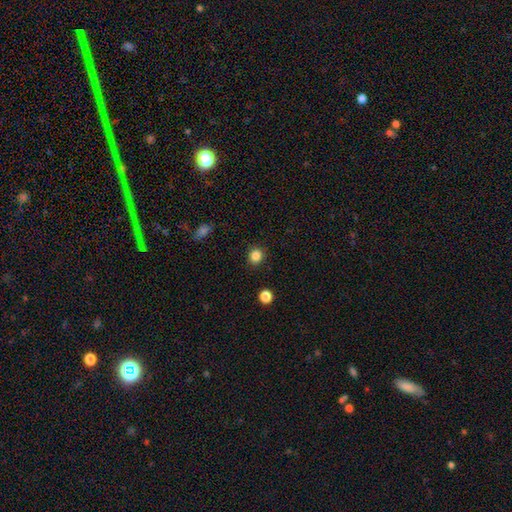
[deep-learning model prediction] Q: Smooth or featured?
A: smooth (85%); runner-up: star or artifact (11%)
Q: How rounded?
A: round (86%); runner-up: in between (13%)
Q: Merging?
A: none (90%); runner-up: minor disturbance (6%)